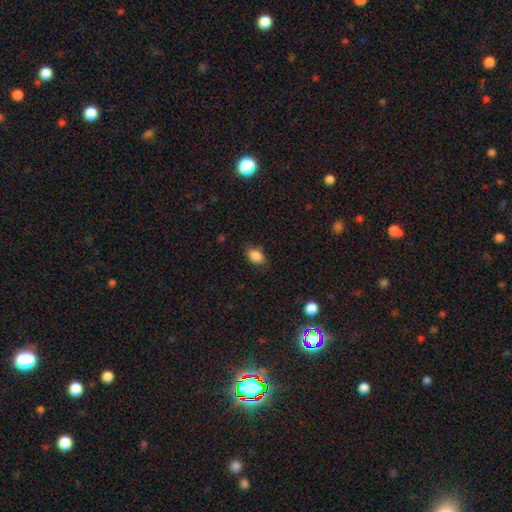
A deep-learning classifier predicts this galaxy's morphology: A smooth galaxy with no disk features (87%) that is in between round and cigar-shaped (86%). Merging: none (81%).